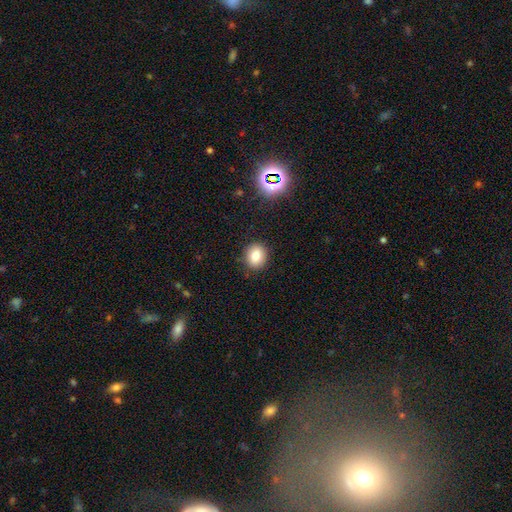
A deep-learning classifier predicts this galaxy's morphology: A smooth galaxy with no disk features (80%) that is round (69%). Merging: none (89%).